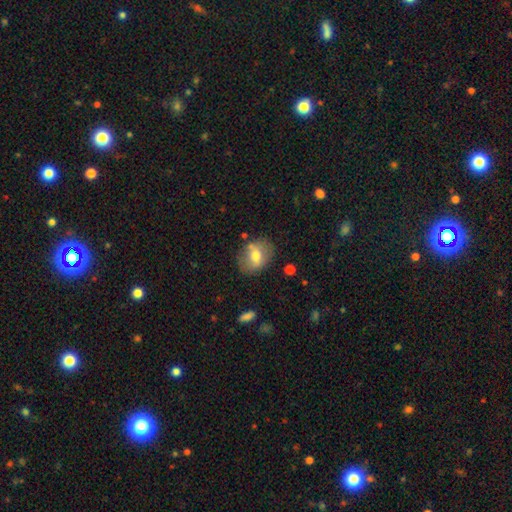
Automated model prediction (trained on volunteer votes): A smooth galaxy with no disk features (60%) that is in between round and cigar-shaped (61%).

Vote fractions:
- Smooth or featured? smooth: 60% / featured or disk: 32% / star or artifact: 8%
- How rounded? in between: 61% / round: 37% / cigar-shaped: 2%
- Merging? none: 76% / minor disturbance: 15% / major disturbance: 5% / merger: 4%